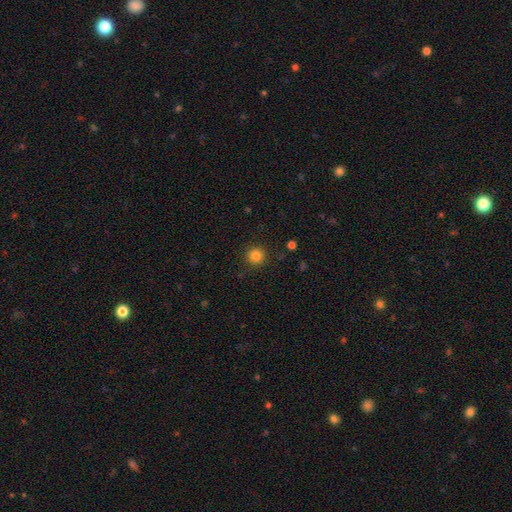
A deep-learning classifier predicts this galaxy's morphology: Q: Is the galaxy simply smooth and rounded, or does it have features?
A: smooth — 83%.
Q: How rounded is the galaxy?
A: round — 94%.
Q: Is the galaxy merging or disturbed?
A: none — 90%.